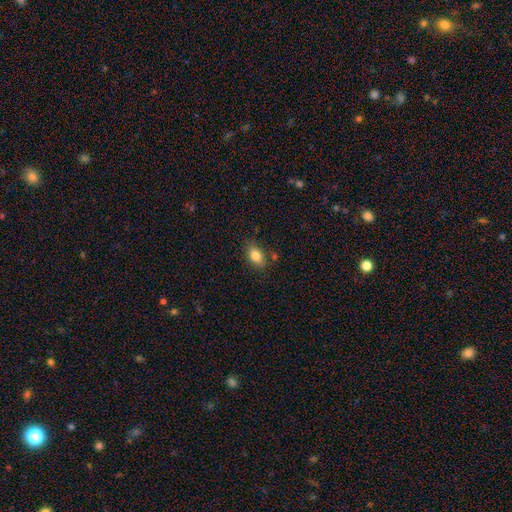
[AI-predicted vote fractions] A smooth galaxy with no disk features (82%) that is in between round and cigar-shaped (83%). Merging: none (80%).